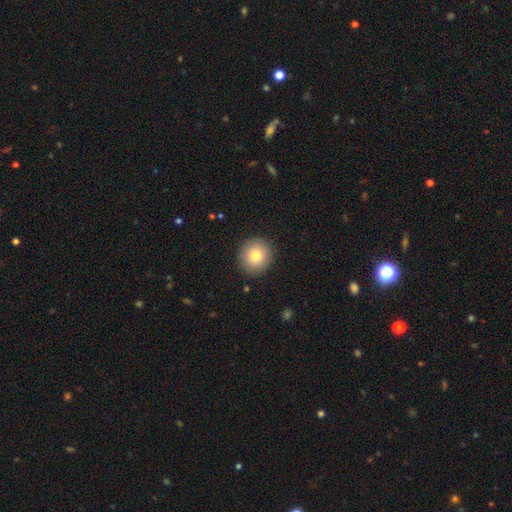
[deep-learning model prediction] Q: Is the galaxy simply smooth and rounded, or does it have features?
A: smooth — 81%.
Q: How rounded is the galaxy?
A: round — 91%.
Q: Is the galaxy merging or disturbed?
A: none — 90%.